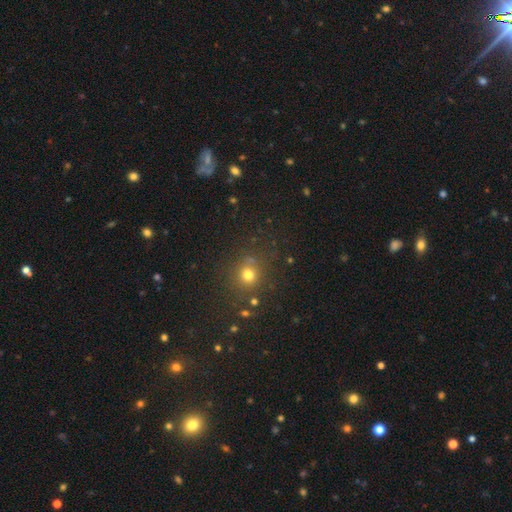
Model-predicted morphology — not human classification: Overall: smooth (53%; star or artifact 40%). How rounded: round (83%). Merging: none (84%).